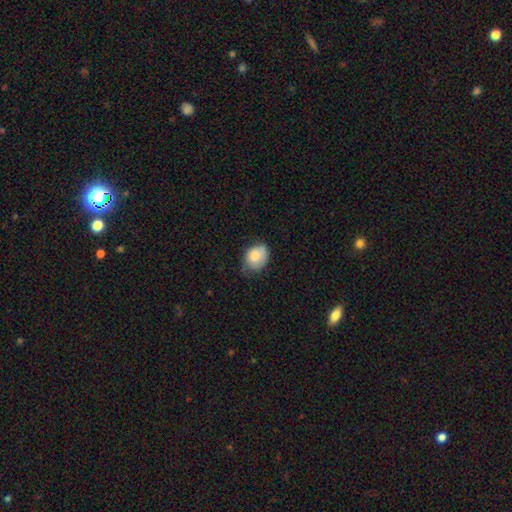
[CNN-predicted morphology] A smooth galaxy with no disk features (77%) that is in between round and cigar-shaped (57%). Merging: none (51%).